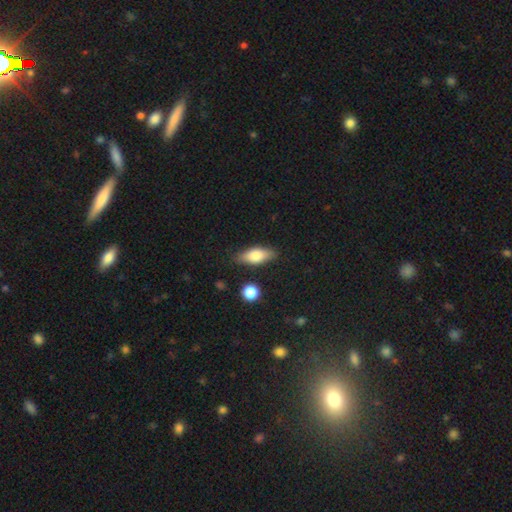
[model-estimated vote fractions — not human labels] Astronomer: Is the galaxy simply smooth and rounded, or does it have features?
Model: smooth — 75%.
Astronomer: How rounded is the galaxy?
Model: in between — 75%.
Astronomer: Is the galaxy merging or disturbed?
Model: none — 81%.